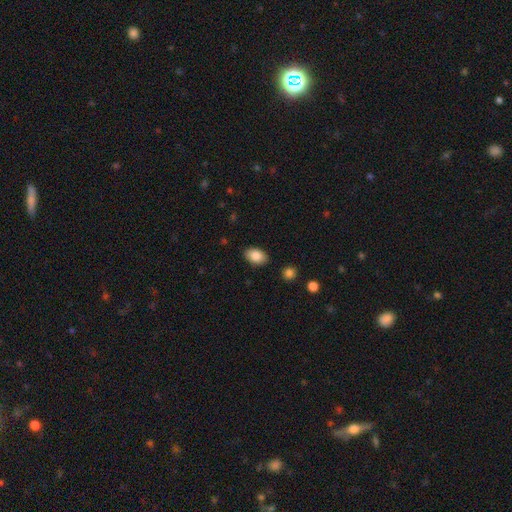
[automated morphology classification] This is clearly a smooth galaxy (86%). How rounded: clearly in between (89%). Merging: clearly none (88%).